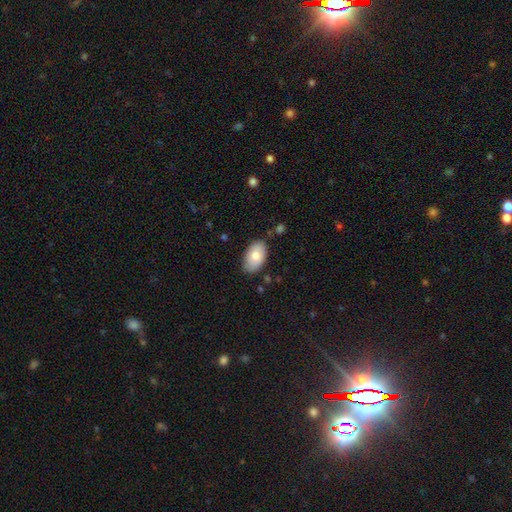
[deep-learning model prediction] Q: Smooth or featured?
A: smooth (76%); runner-up: featured or disk (18%)
Q: How rounded?
A: in between (94%); runner-up: round (5%)
Q: Merging?
A: none (82%); runner-up: minor disturbance (14%)